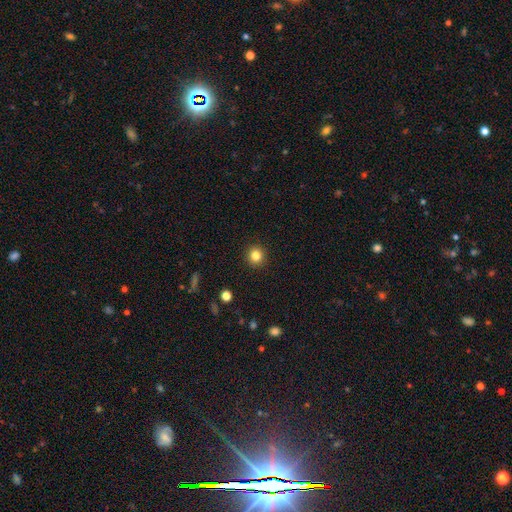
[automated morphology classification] This appears to be a smooth galaxy with no disk features (83%) that is round (93%). Merging: none (93%).